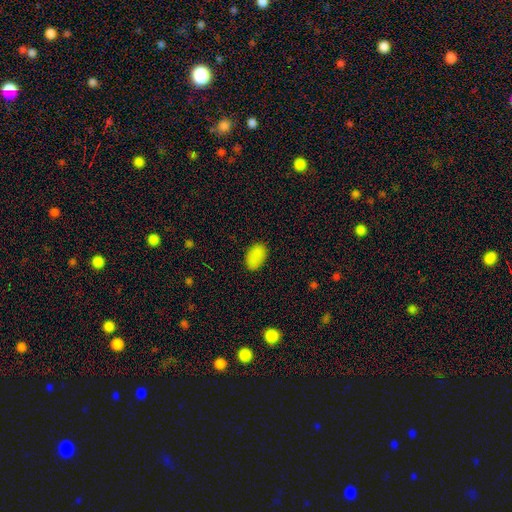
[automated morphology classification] Smooth or featured?
  - smooth: 86% *
  - star or artifact: 10%
  - featured or disk: 4%
How rounded?
  - in between: 92% *
  - round: 7%
  - cigar-shaped: 1%
Merging?
  - none: 84% *
  - minor disturbance: 12%
  - major disturbance: 3%
  - merger: 1%